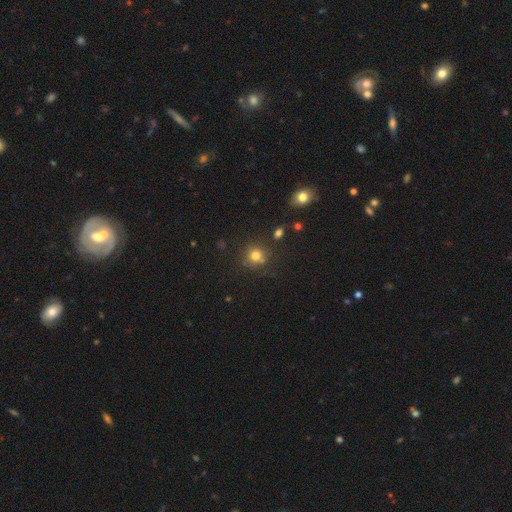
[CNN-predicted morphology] Overall: smooth (77%). How rounded: round (89%). Merging: none (76%).